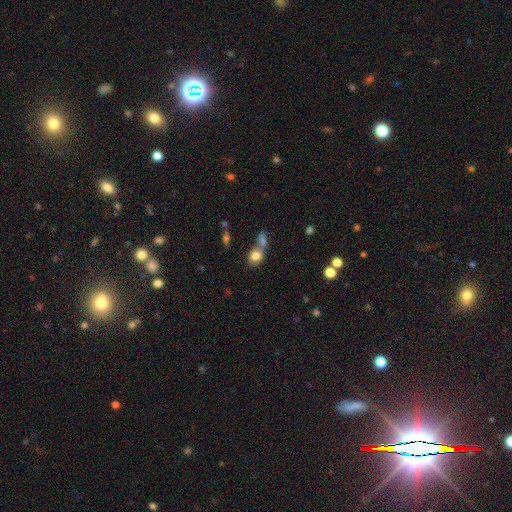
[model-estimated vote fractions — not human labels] Smooth or featured? Predicted: smooth (p=0.79). How rounded? Predicted: round (p=0.52). Merging? Predicted: merger (p=0.50).